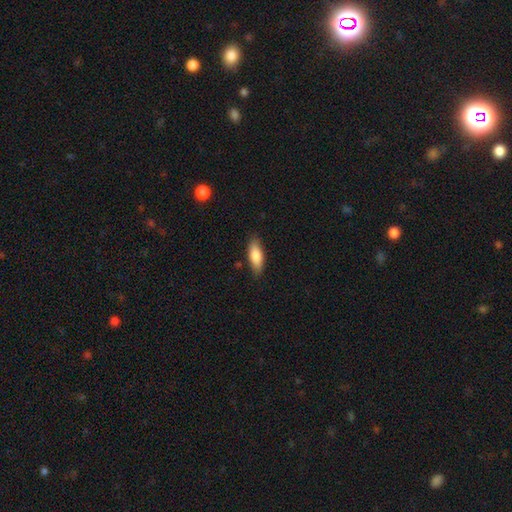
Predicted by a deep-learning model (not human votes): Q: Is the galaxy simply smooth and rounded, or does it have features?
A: smooth — 83%.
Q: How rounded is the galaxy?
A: in between — 69%.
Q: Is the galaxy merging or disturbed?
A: none — 83%.